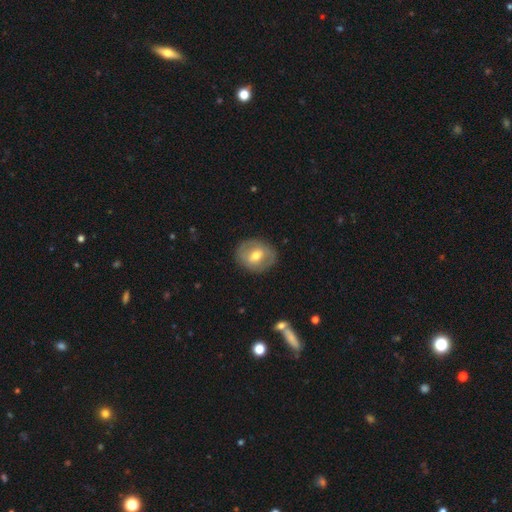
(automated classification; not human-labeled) This is possibly a featured or disk galaxy (47%). Merging: clearly none (83%).